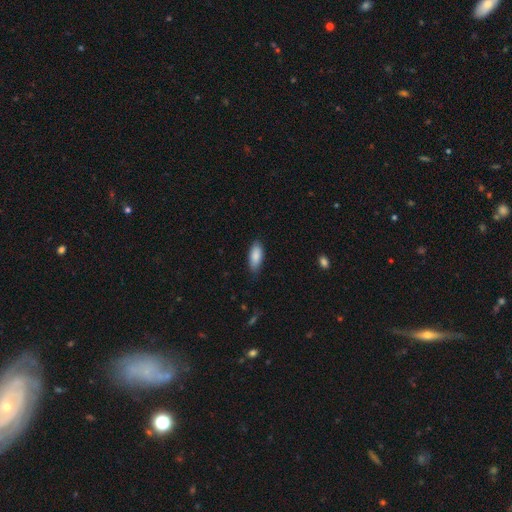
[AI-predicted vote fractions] This appears to be a smooth galaxy with no disk features (87%) that is in between round and cigar-shaped (81%). Merging: none (82%).